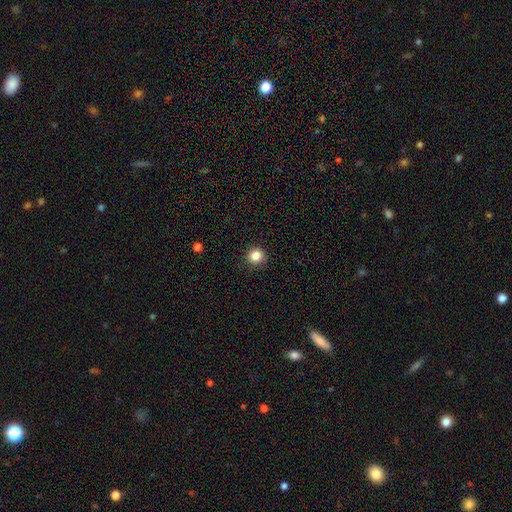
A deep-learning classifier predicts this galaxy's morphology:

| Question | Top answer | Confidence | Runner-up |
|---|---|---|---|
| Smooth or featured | smooth | 83% | star or artifact (12%) |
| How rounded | round | 92% | in between (7%) |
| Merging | none | 89% | minor disturbance (8%) |